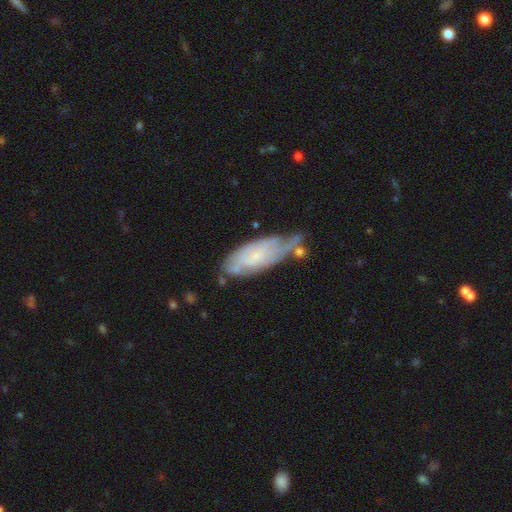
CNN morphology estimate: Overall: featured or disk (63%; smooth 30%). Edge-on disk: no (88%). Bar: no (64%; weak 31%). Spiral arms: yes (77%). Bulge size: small (73%). Merging: none (42%; minor disturbance 32%).